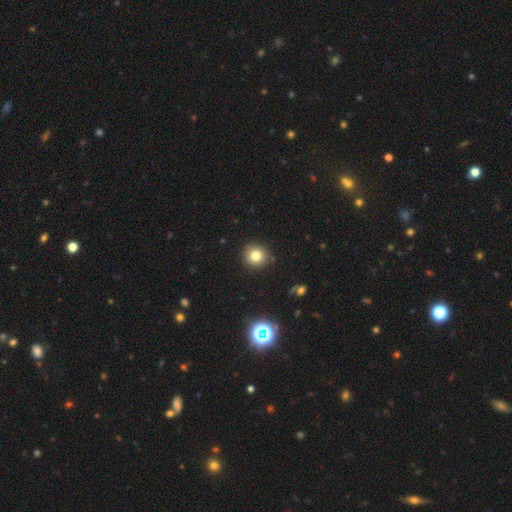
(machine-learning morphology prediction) Smooth or featured: smooth — 80% (star or artifact — 13%)
How rounded: round — 92% (in between — 7%)
Merging: none — 91% (minor disturbance — 6%)